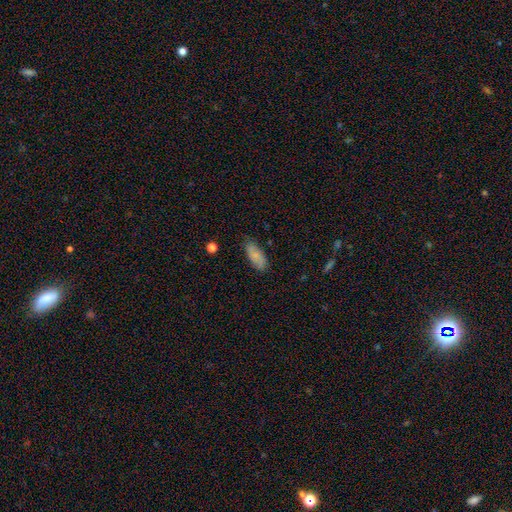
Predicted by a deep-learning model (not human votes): Smooth or featured? smooth (77%)
How rounded? in between (83%)
Merging? none (78%)